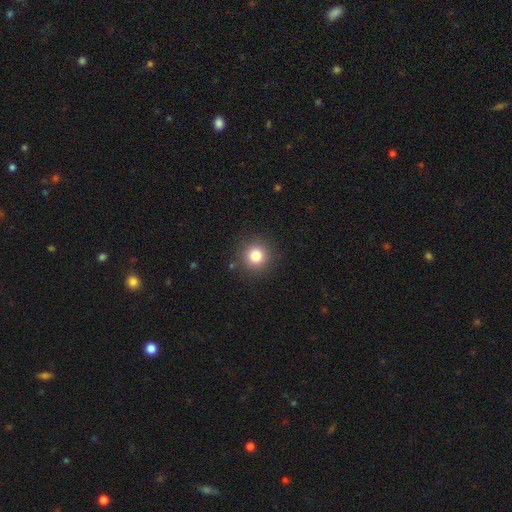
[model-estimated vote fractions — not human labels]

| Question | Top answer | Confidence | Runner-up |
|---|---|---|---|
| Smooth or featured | smooth | 82% | star or artifact (12%) |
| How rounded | round | 94% | in between (6%) |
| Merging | none | 89% | minor disturbance (7%) |